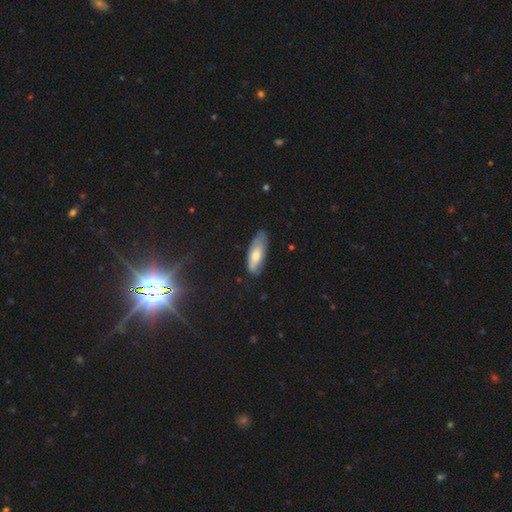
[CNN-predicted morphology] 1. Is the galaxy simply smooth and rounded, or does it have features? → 62% smooth, 32% featured or disk, 7% star or artifact.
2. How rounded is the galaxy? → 70% in between, 28% cigar-shaped, 2% round.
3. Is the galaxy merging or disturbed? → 68% none, 25% minor disturbance, 5% major disturbance, 2% merger.